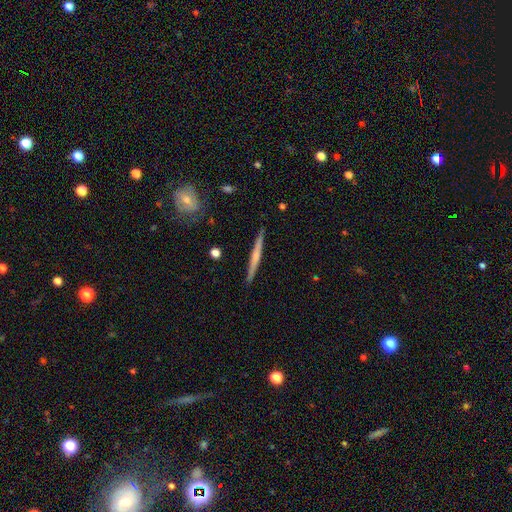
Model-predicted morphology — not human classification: type=featured or disk (53%); edge-on=yes (97%); edge-on bulge=none (60%); merging=none (90%).